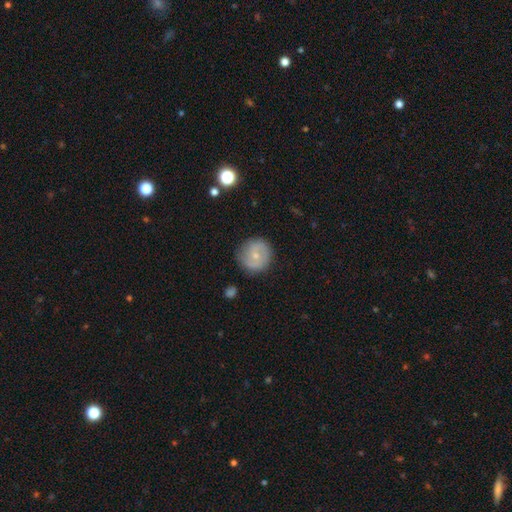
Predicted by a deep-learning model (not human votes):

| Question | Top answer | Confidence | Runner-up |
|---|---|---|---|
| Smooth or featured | featured or disk | 51% | smooth (42%) |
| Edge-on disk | no | 97% | yes (3%) |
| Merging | none | 81% | minor disturbance (14%) |